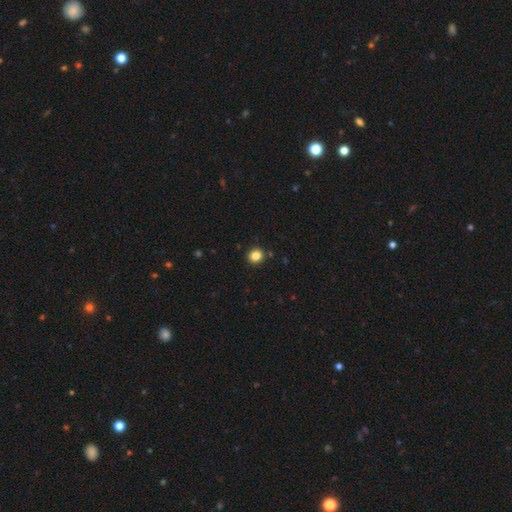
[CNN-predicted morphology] The model was most divided on "smooth or featured": smooth: 84%, star or artifact: 12%, featured or disk: 4%. More confident: merging — none (92%); how rounded — round (89%).